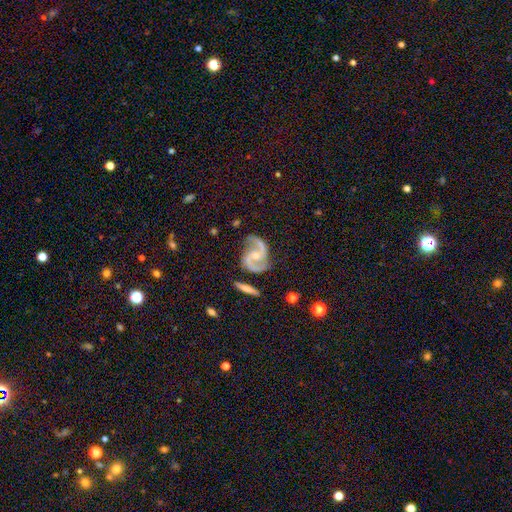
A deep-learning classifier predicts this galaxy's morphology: smooth_or_featured: featured or disk (p=0.92) [alt: star or artifact p=0.05]
disk_edge_on: no (p=0.98) [alt: yes p=0.02]
bar: no (p=0.54) [alt: weak p=0.33]
has_spiral_arms: yes (p=0.98) [alt: no p=0.02]
spiral_winding: medium (p=0.55) [alt: loose p=0.32]
spiral_arm_count: 2 (p=0.93) [alt: 3 p=0.02]
bulge_size: small (p=0.58) [alt: moderate p=0.37]
merging: none (p=0.73) [alt: minor disturbance p=0.17]